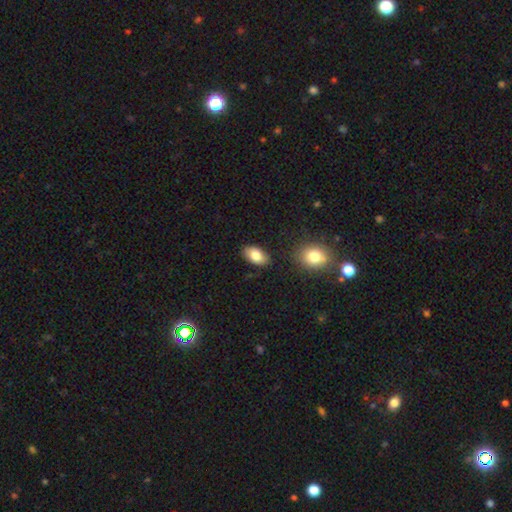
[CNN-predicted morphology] smooth 82%, featured or disk 11%, star or artifact 7%. Down the decision tree: how rounded — in between (93%); merging — none (85%).